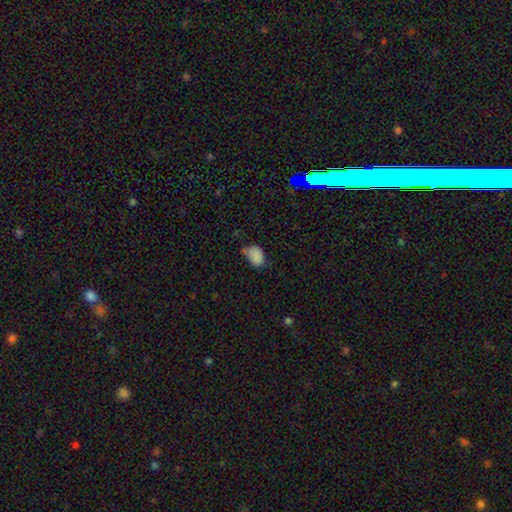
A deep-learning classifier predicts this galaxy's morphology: smooth 83%, star or artifact 11%, featured or disk 6%. Down the decision tree: how rounded — in between (79%); merging — none (44%).